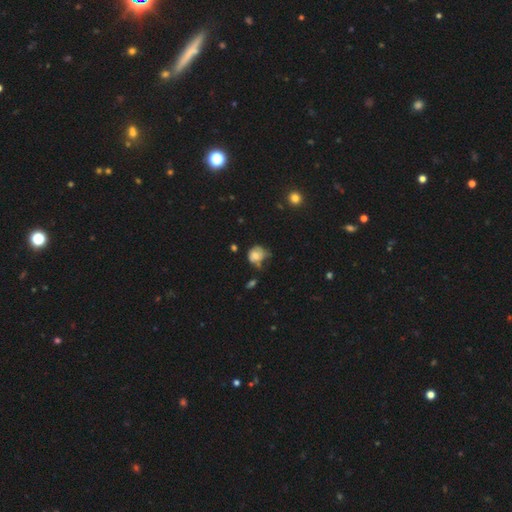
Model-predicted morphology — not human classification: type=smooth (67%); roundness=round (65%); merging=minor disturbance (35%).